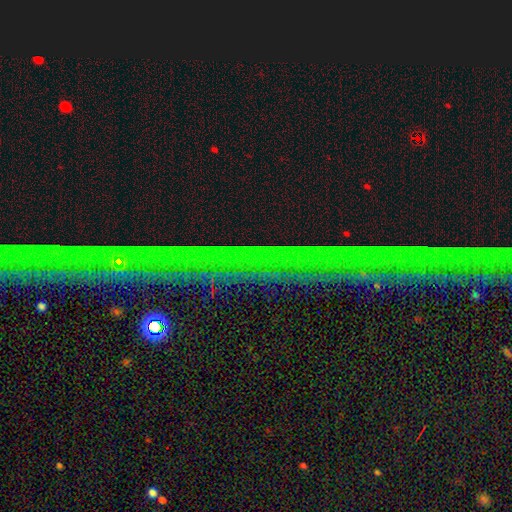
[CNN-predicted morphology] smooth-or-featured: star or artifact: 85% | featured or disk: 9% | smooth: 6%